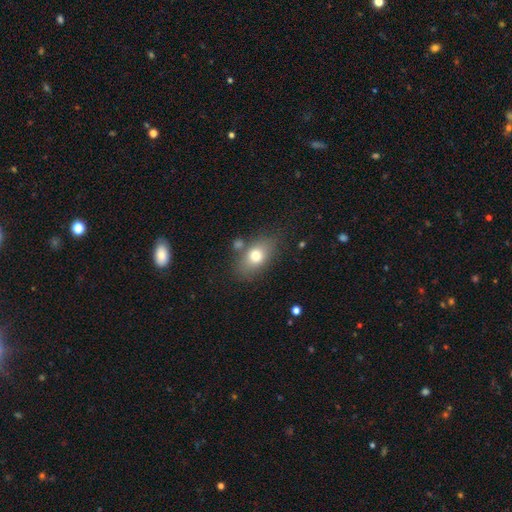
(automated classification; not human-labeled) The model was most divided on "merging": none: 71%, minor disturbance: 15%, merger: 9%, major disturbance: 5%. More confident: how rounded — in between (81%); smooth or featured — smooth (75%).